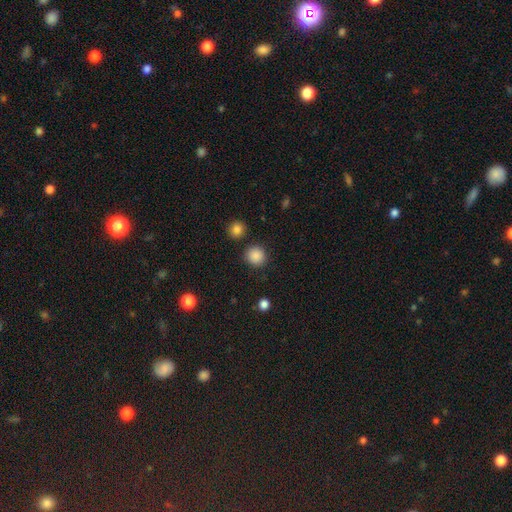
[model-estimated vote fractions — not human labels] Smooth or featured: smooth — 88% (star or artifact — 10%)
How rounded: round — 91% (in between — 8%)
Merging: none — 88% (minor disturbance — 6%)